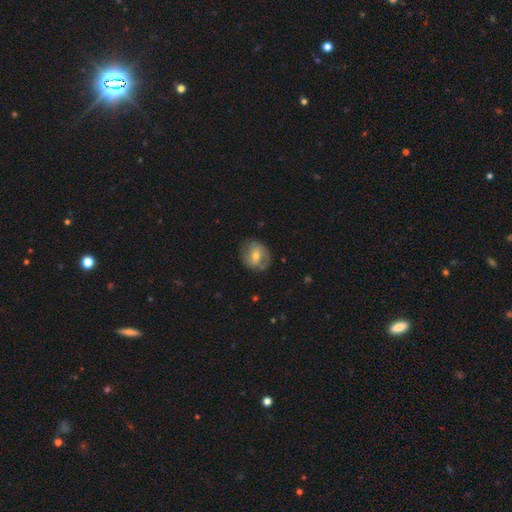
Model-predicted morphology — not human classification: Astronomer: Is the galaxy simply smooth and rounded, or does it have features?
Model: featured or disk — 47% (runner-up: smooth, 46%).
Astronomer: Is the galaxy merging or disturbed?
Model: none — 71%.